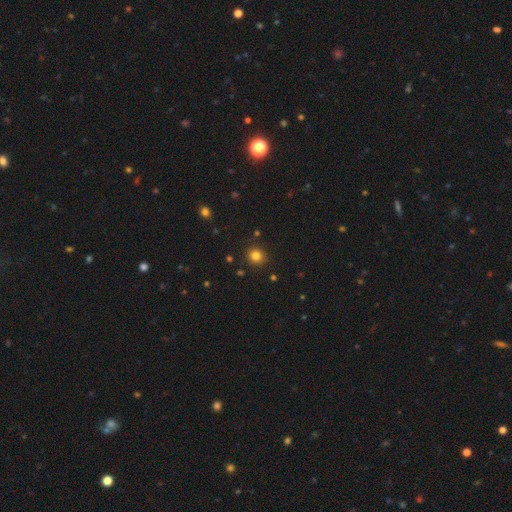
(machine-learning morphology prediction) Overall: smooth (81%). How rounded: round (88%). Merging: none (89%).